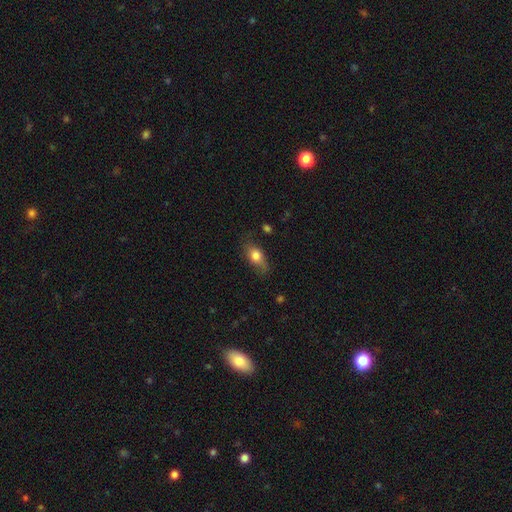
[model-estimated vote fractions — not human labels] This appears to be a smooth galaxy with no disk features (74%) that is in between round and cigar-shaped (80%). Merging: none (69%).